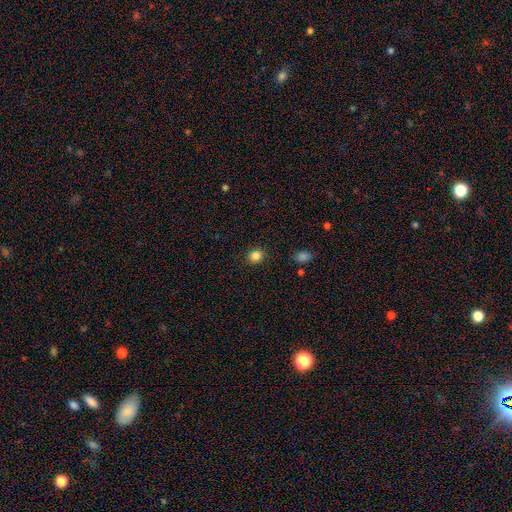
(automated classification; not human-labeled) A smooth galaxy with no disk features (84%) that is round (78%).

Vote fractions:
- Smooth or featured? smooth: 84% / star or artifact: 12% / featured or disk: 4%
- How rounded? round: 78% / in between: 21% / cigar-shaped: 1%
- Merging? none: 88% / minor disturbance: 8% / major disturbance: 2% / merger: 1%